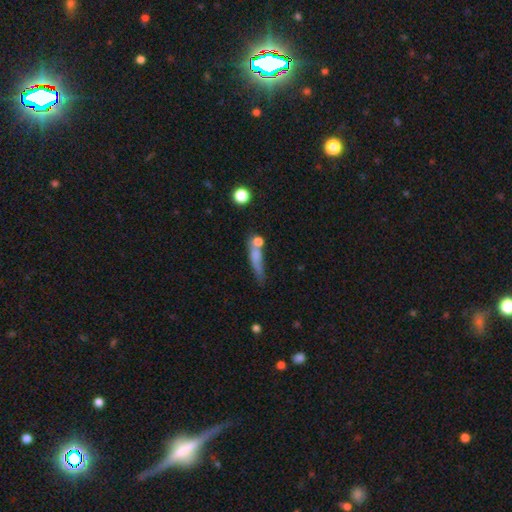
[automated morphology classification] smooth 63%, featured or disk 26%, star or artifact 11%. Down the decision tree: how rounded — cigar-shaped (69%); merging — none (45%).